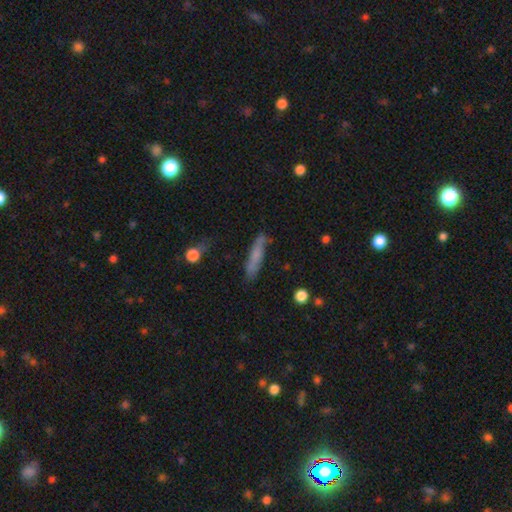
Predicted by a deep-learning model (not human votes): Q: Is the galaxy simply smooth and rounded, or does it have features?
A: smooth — 64%.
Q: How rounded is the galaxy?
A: cigar-shaped — 86%.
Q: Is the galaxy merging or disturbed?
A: none — 74%.